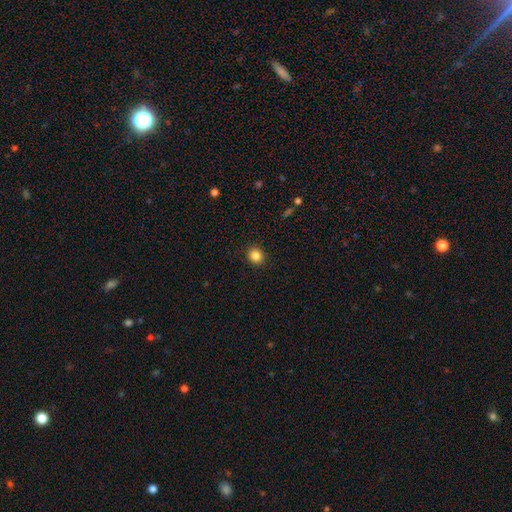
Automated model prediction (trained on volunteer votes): This is clearly a smooth galaxy (85%). How rounded: likely round (79%). Merging: clearly none (91%).